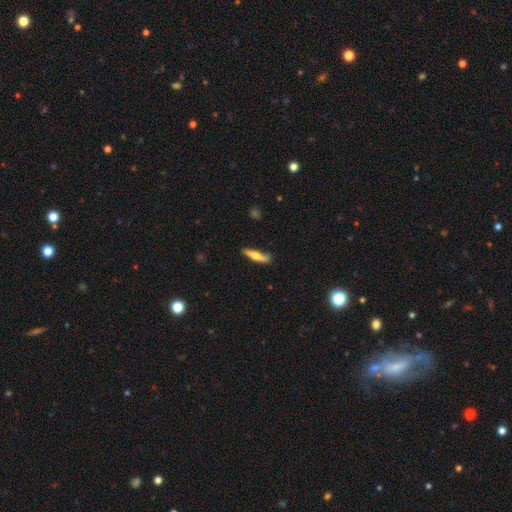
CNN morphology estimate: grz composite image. It shows a smooth galaxy with no disk features (54%) that is cigar-shaped (81%). Merging: none (70%).